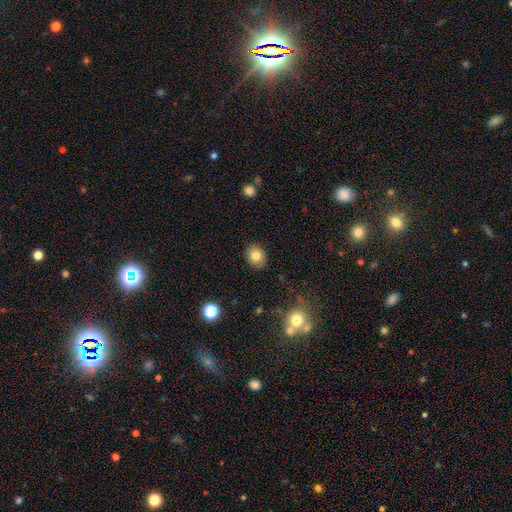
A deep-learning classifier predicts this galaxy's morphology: smooth_or_featured: smooth (p=0.81) [alt: star or artifact p=0.10]
how_rounded: round (p=0.61) [alt: in between p=0.38]
merging: none (p=0.89) [alt: minor disturbance p=0.08]